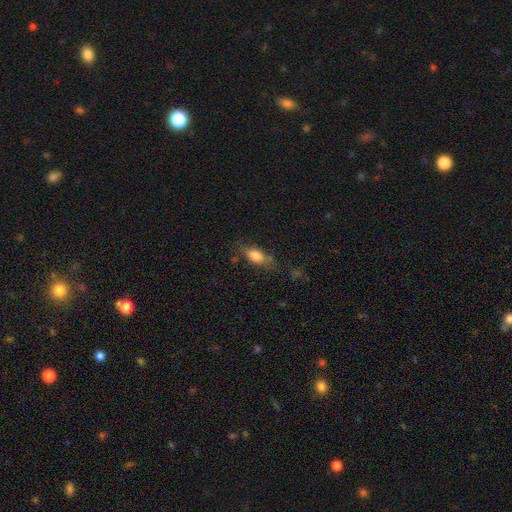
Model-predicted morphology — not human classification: Q: Smooth or featured?
A: smooth (79%); runner-up: featured or disk (13%)
Q: How rounded?
A: in between (80%); runner-up: cigar-shaped (16%)
Q: Merging?
A: none (61%); runner-up: minor disturbance (24%)